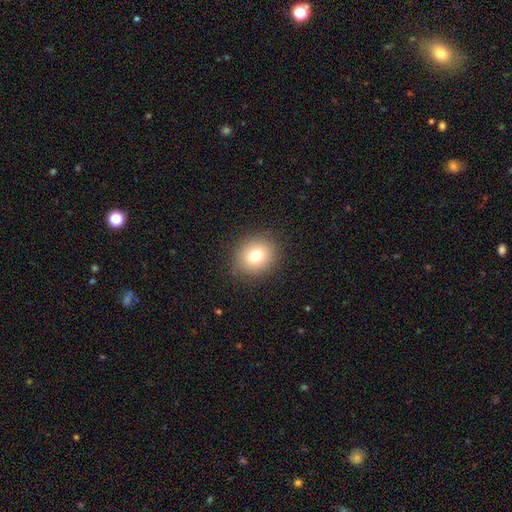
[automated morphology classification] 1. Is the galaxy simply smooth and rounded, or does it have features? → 76% smooth, 12% star or artifact, 11% featured or disk.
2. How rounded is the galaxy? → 71% round, 28% in between, 1% cigar-shaped.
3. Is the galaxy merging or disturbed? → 87% none, 9% minor disturbance, 3% major disturbance, 1% merger.